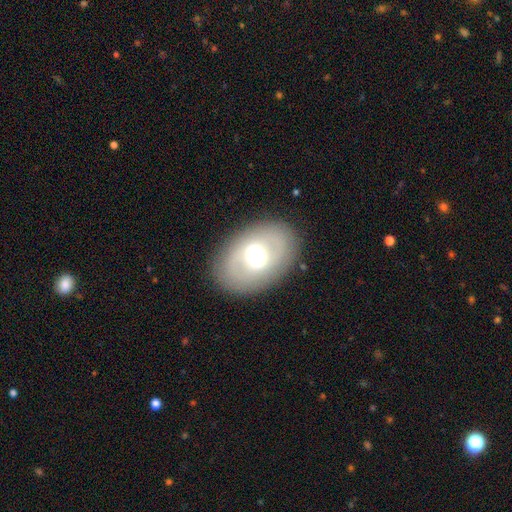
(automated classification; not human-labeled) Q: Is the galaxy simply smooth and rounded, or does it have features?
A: featured or disk — 51%.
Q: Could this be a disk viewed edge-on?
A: no — 91%.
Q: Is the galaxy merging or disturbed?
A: none — 85%.